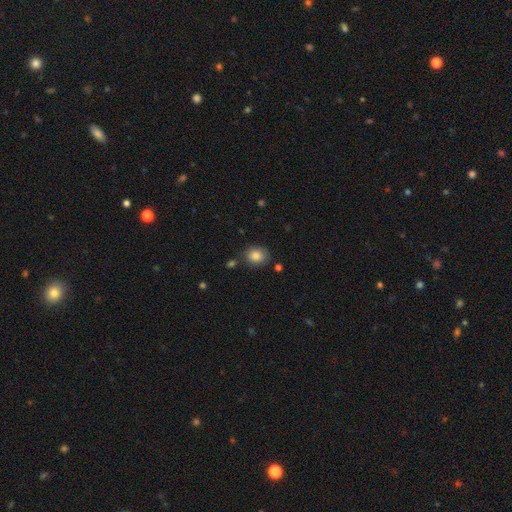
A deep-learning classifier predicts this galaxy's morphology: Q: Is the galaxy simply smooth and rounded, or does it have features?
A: smooth — 84%.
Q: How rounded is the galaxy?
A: round — 59%.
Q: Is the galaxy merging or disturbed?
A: none — 80%.